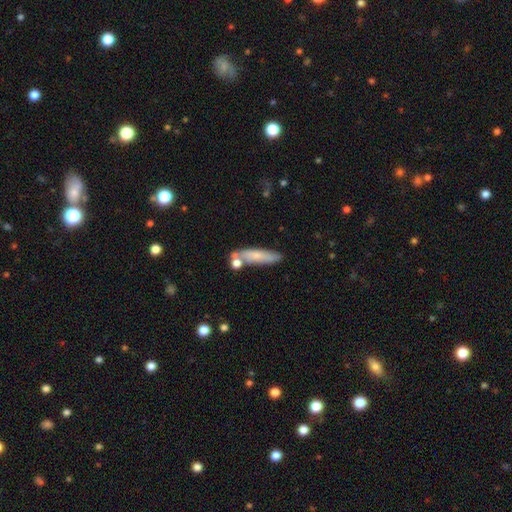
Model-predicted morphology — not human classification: smooth-or-featured: smooth: 69% | featured or disk: 24% | star or artifact: 7%
  how-rounded: cigar-shaped: 76% | in between: 22% | round: 3%
  merging: none: 69% | minor disturbance: 16% | merger: 12% | major disturbance: 4%